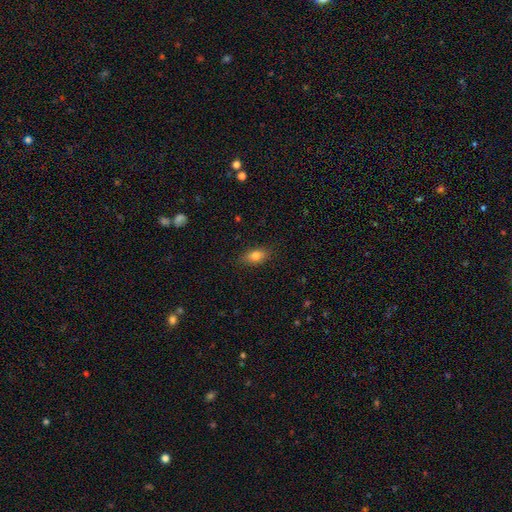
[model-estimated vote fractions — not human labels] Smooth or featured?
  - smooth: 78% *
  - featured or disk: 13%
  - star or artifact: 9%
How rounded?
  - in between: 83% *
  - round: 10%
  - cigar-shaped: 7%
Merging?
  - none: 85% *
  - minor disturbance: 12%
  - major disturbance: 3%
  - merger: 1%